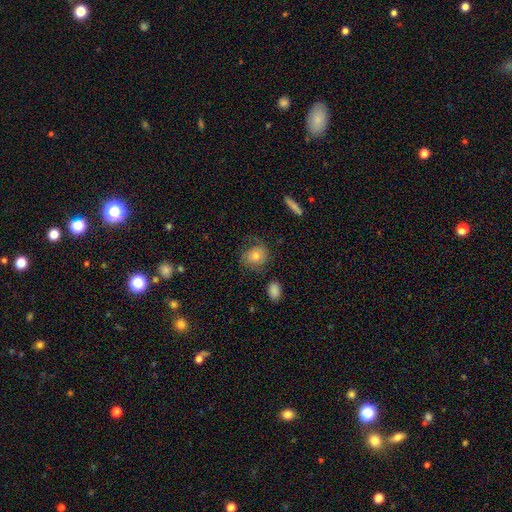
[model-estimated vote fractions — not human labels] Smooth or featured? Predicted: smooth (p=0.56). How rounded? Predicted: round (p=0.71). Merging? Predicted: none (p=0.65).